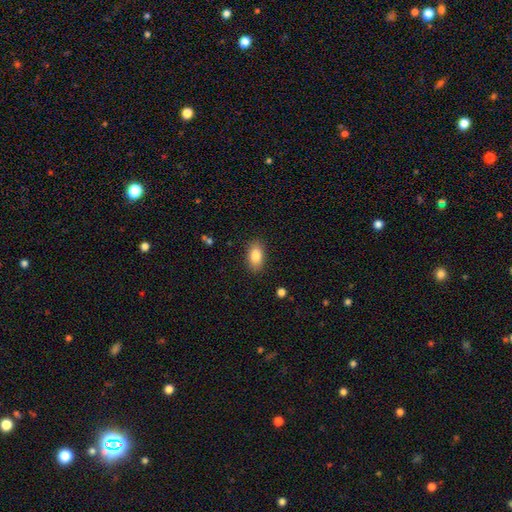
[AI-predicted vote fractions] This appears to be a smooth galaxy with no disk features (84%) that is in between round and cigar-shaped (91%). Merging: none (87%).